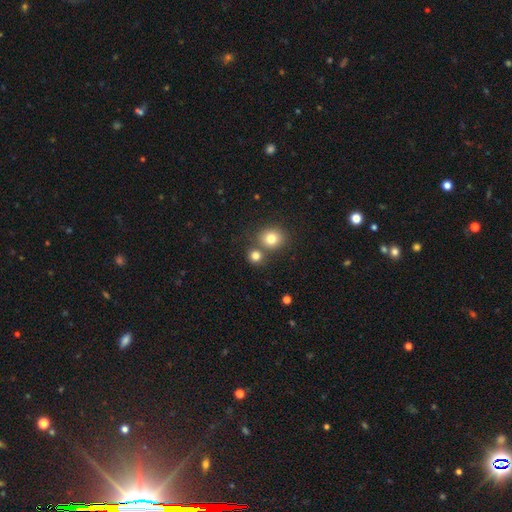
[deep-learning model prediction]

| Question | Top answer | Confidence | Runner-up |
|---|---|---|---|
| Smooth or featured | smooth | 80% | star or artifact (14%) |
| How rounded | round | 86% | in between (13%) |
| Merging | none | 65% | merger (25%) |